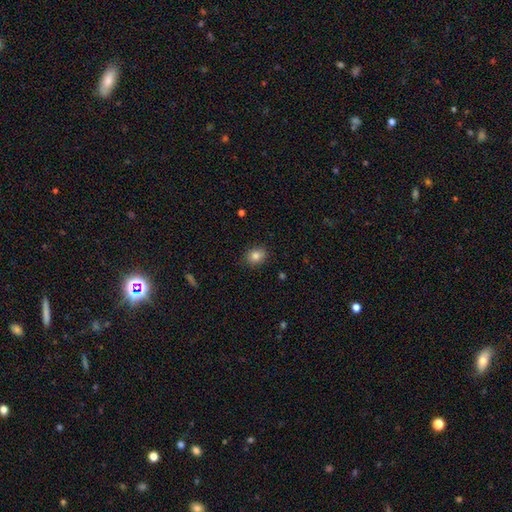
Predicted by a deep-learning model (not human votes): smooth_or_featured: smooth (p=0.83) [alt: star or artifact p=0.10]
how_rounded: round (p=0.50) [alt: in between p=0.49]
merging: none (p=0.87) [alt: minor disturbance p=0.09]